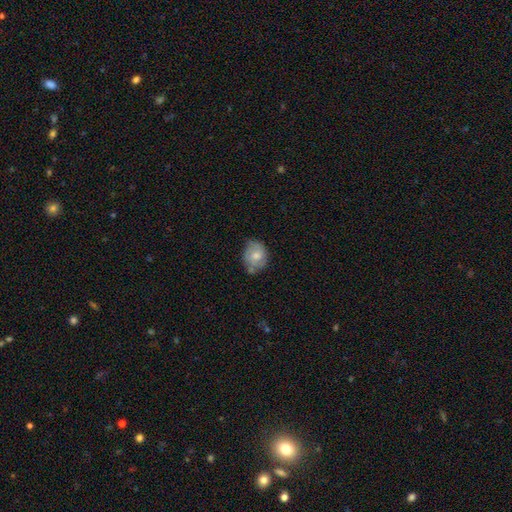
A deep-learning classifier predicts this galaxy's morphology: smooth-or-featured: smooth: 60% | featured or disk: 32% | star or artifact: 7%
  how-rounded: round: 54% | in between: 45% | cigar-shaped: 1%
  merging: none: 57% | minor disturbance: 30% | major disturbance: 7% | merger: 6%